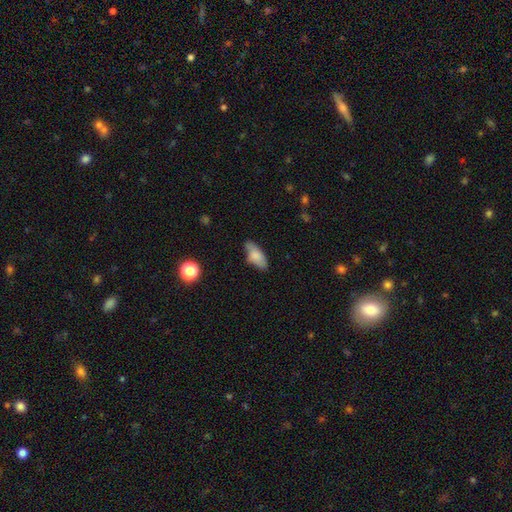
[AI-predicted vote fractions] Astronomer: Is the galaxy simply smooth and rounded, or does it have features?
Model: smooth — 78%.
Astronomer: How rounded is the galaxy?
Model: in between — 84%.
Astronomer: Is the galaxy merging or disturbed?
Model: none — 70%.